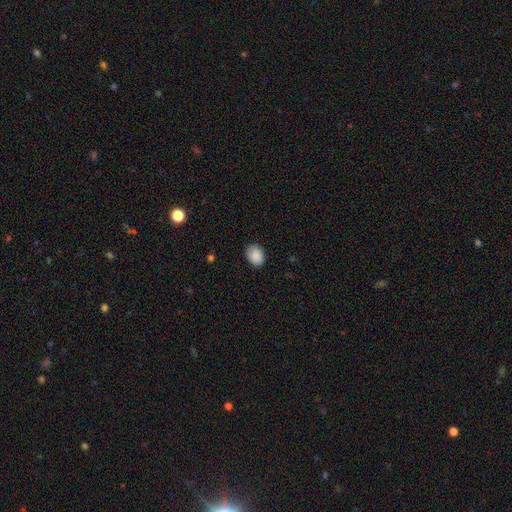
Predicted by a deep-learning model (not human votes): smooth_or_featured: smooth (p=0.88) [alt: star or artifact p=0.07]
how_rounded: in between (p=0.66) [alt: round p=0.33]
merging: none (p=0.83) [alt: minor disturbance p=0.13]